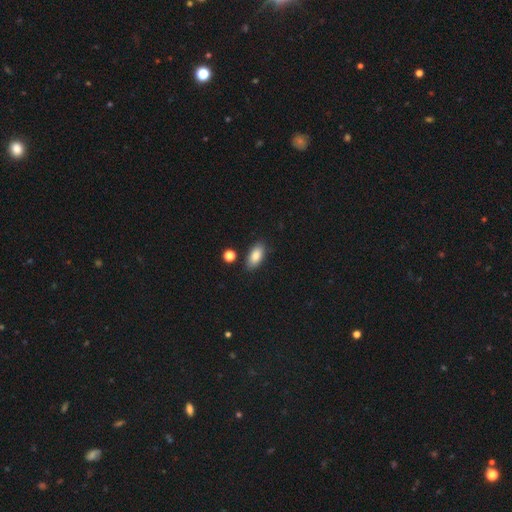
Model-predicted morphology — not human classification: A smooth galaxy with no disk features (85%) that is in between round and cigar-shaped (90%).

Vote fractions:
- Smooth or featured? smooth: 85% / star or artifact: 7% / featured or disk: 7%
- How rounded? in between: 90% / cigar-shaped: 6% / round: 4%
- Merging? none: 82% / minor disturbance: 12% / merger: 4% / major disturbance: 3%